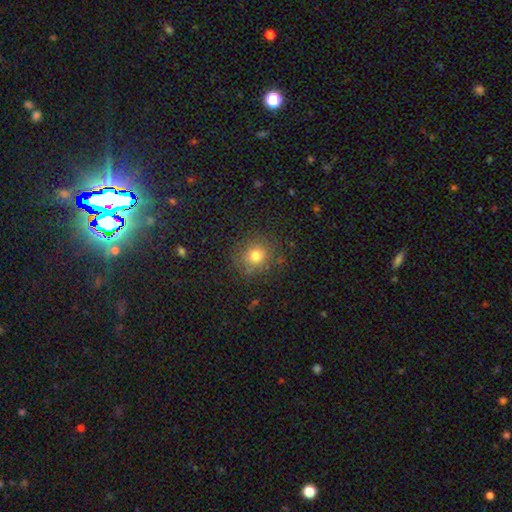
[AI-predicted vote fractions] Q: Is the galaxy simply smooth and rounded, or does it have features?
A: smooth — 76%.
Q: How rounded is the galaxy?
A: round — 87%.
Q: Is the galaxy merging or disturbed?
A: none — 84%.